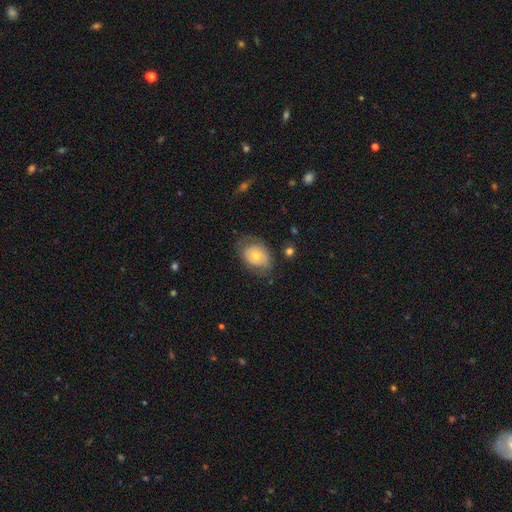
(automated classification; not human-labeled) A smooth galaxy with no disk features (47%). Merging: none (62%).